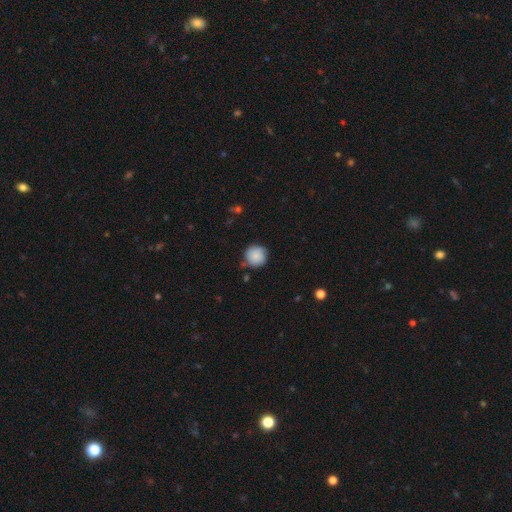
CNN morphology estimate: This appears to be a smooth galaxy with no disk features (85%) that is round (94%). Merging: none (76%).